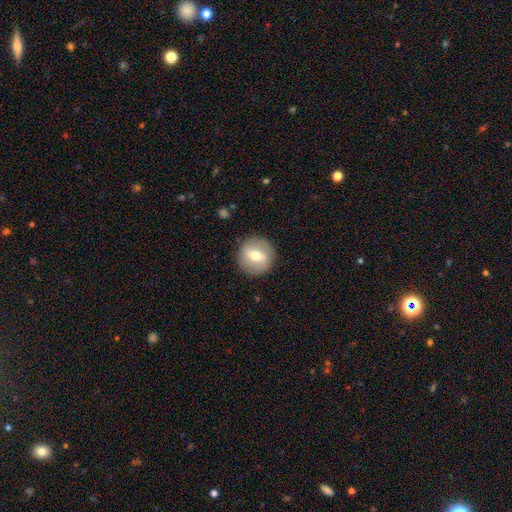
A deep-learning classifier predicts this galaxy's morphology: A smooth galaxy with no disk features (58%) that is round (93%).

Vote fractions:
- Smooth or featured? smooth: 58% / featured or disk: 35% / star or artifact: 8%
- How rounded? round: 93% / in between: 6% / cigar-shaped: 1%
- Merging? none: 89% / minor disturbance: 7% / major disturbance: 3% / merger: 1%